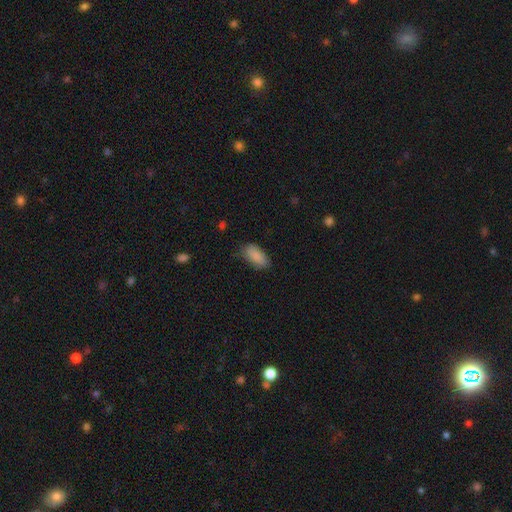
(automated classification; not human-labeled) Smooth or featured: smooth — 88% (star or artifact — 7%)
How rounded: in between — 92% (cigar-shaped — 6%)
Merging: none — 73% (minor disturbance — 22%)